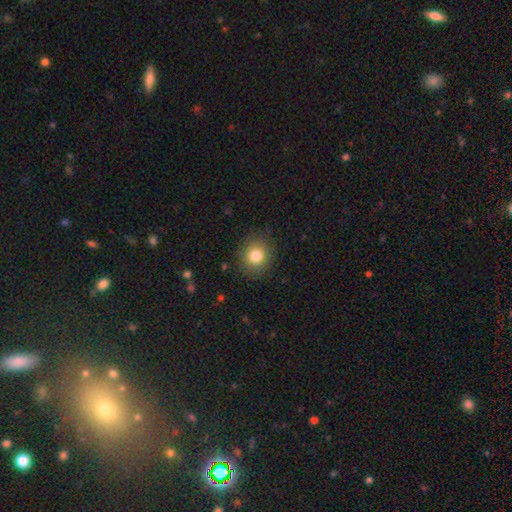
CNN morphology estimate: Smooth or featured: smooth — 82% (star or artifact — 10%)
How rounded: round — 83% (in between — 16%)
Merging: none — 87% (minor disturbance — 9%)